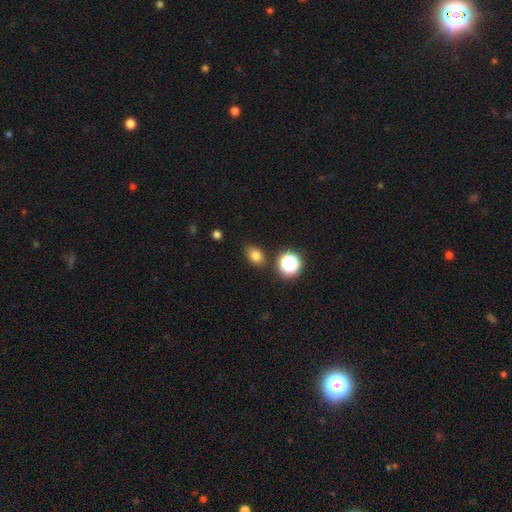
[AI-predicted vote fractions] Smooth or featured? Predicted: smooth (p=0.78). How rounded? Predicted: in between (p=0.67). Merging? Predicted: none (p=0.79).